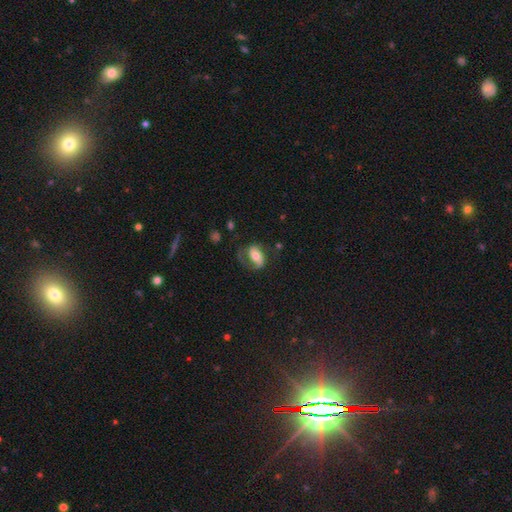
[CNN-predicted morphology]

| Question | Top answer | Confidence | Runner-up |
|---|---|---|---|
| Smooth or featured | featured or disk | 57% | smooth (36%) |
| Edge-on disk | no | 93% | yes (7%) |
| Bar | no | 36% | strong (35%) |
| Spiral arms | yes | 79% | no (21%) |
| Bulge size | moderate | 65% | small (18%) |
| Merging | none | 51% | major disturbance (25%) |